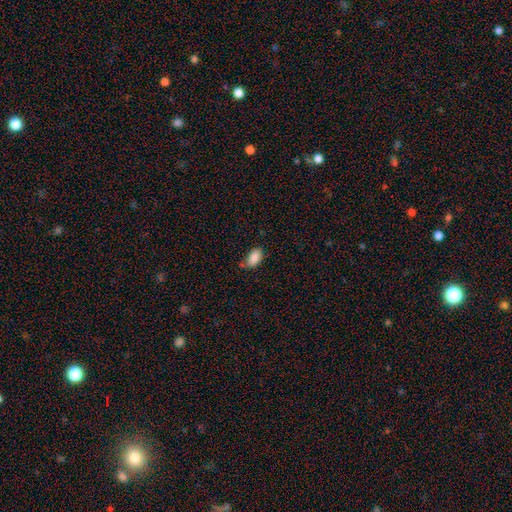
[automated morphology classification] This is clearly a smooth galaxy (86%). How rounded: clearly in between (93%). Merging: possibly none (59%).